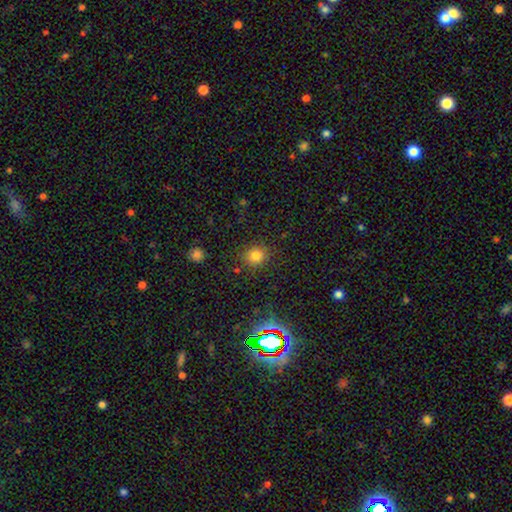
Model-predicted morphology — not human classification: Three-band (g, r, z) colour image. It shows a smooth galaxy with no disk features (79%) that is round (82%). Merging: none (84%).